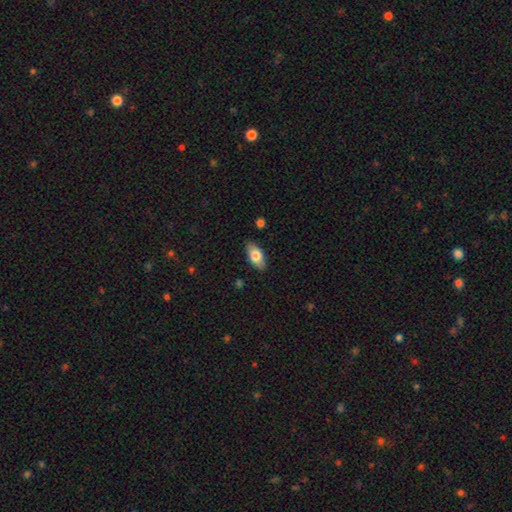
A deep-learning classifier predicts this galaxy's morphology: smooth_or_featured: smooth (p=0.77) [alt: featured or disk p=0.17]
how_rounded: in between (p=0.91) [alt: cigar-shaped p=0.06]
merging: none (p=0.85) [alt: minor disturbance p=0.11]